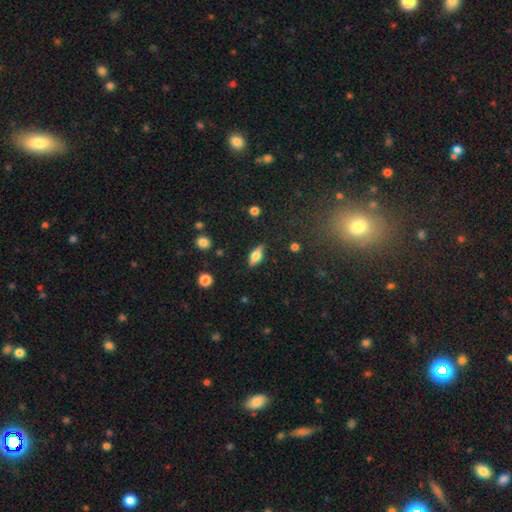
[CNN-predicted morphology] Smooth or featured: smooth — 50% (featured or disk — 43%)
Merging: none — 85% (minor disturbance — 11%)